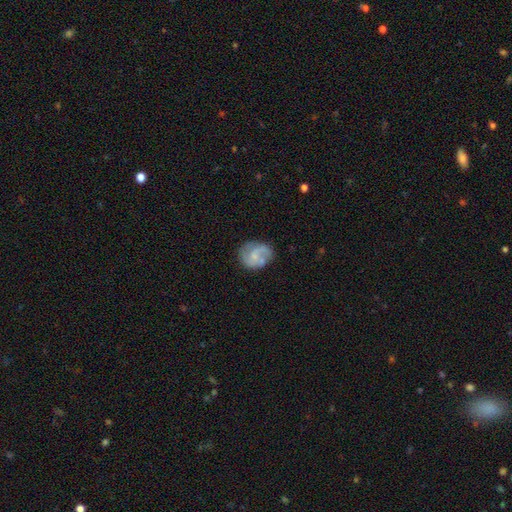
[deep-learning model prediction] A featured or disk galaxy (59%) with no bar (64%), spiral arms (79%) and a small central bulge (47%). Merging: none (62%).